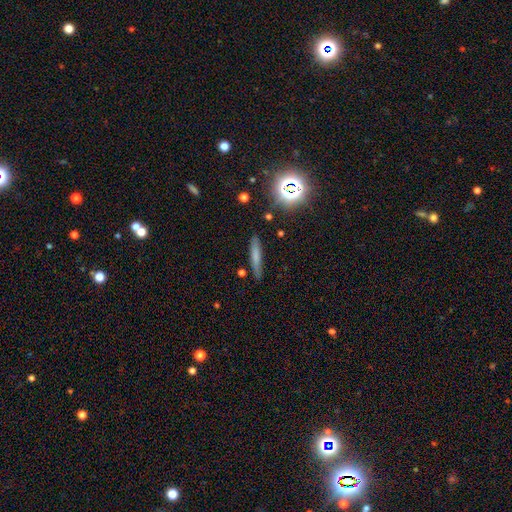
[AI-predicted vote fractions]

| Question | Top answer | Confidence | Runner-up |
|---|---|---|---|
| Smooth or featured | smooth | 65% | featured or disk (23%) |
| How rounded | cigar-shaped | 89% | in between (8%) |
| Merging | none | 82% | minor disturbance (12%) |